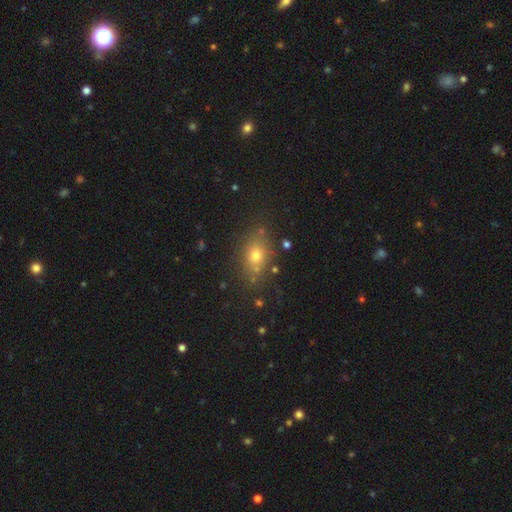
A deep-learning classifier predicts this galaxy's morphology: smooth_or_featured: smooth (p=0.67) [alt: star or artifact p=0.18]
how_rounded: in between (p=0.63) [alt: round p=0.33]
merging: none (p=0.78) [alt: minor disturbance p=0.13]